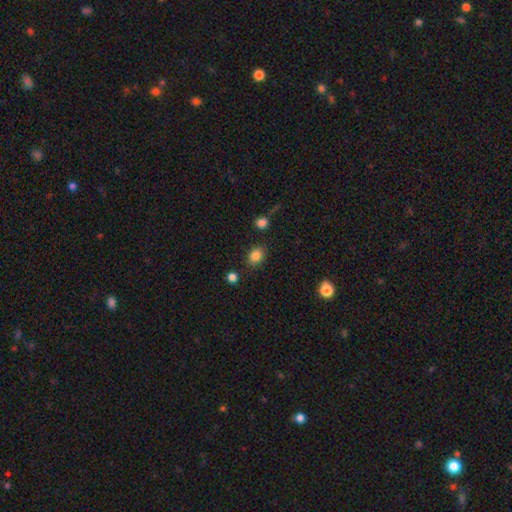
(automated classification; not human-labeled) Morphology: type=smooth (84%); roundness=in between (58%); merging=none (81%).